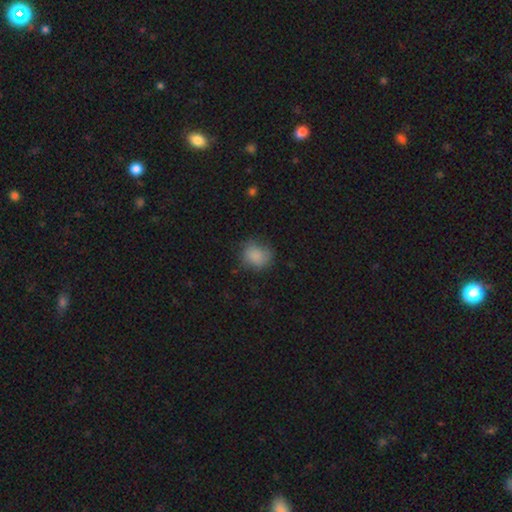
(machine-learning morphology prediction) Q: Smooth or featured?
A: smooth (83%); runner-up: star or artifact (9%)
Q: How rounded?
A: round (64%); runner-up: in between (35%)
Q: Merging?
A: none (64%); runner-up: minor disturbance (25%)